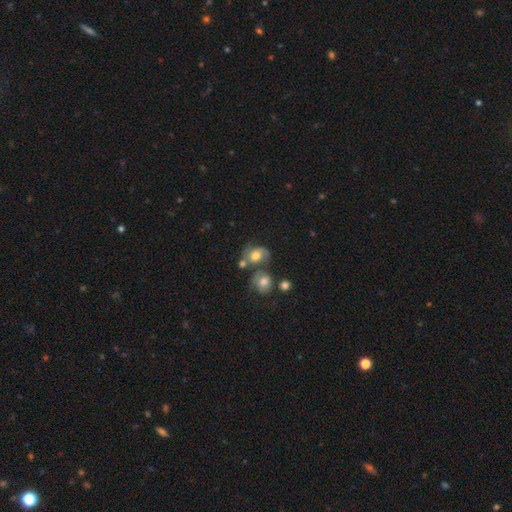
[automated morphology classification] type=smooth (46%); merging=none (38%).